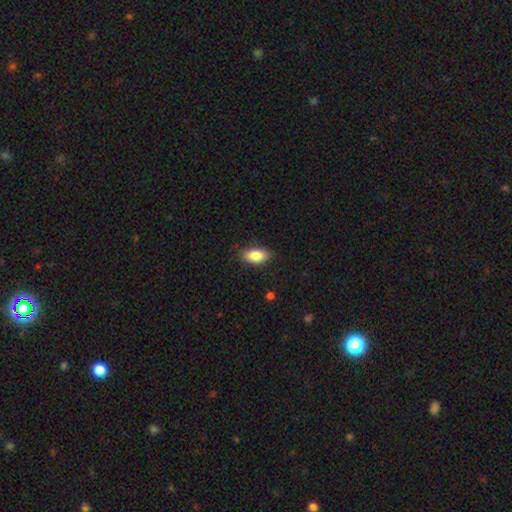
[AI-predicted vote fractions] Q: Smooth or featured?
A: smooth (85%); runner-up: featured or disk (7%)
Q: How rounded?
A: in between (91%); runner-up: round (5%)
Q: Merging?
A: none (84%); runner-up: minor disturbance (12%)